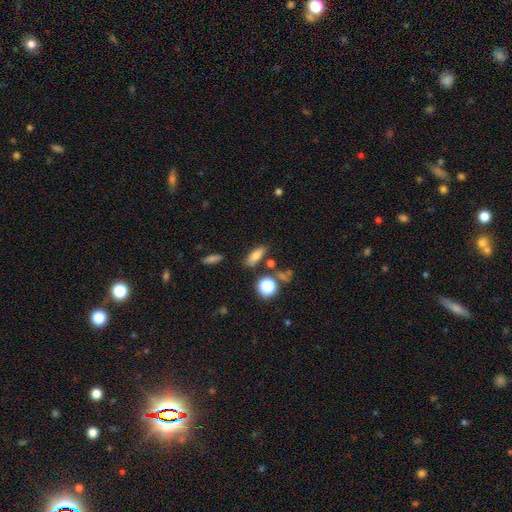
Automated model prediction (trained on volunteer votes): smooth-or-featured: smooth: 72% | featured or disk: 14% | star or artifact: 14%
  how-rounded: in between: 62% | cigar-shaped: 28% | round: 10%
  merging: none: 77% | minor disturbance: 13% | merger: 7% | major disturbance: 4%